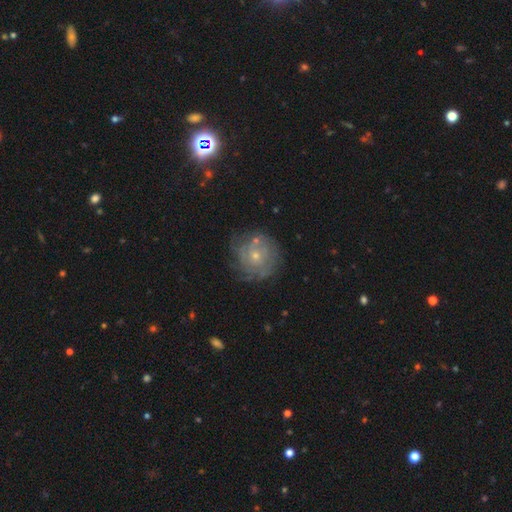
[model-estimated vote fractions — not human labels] The model was most divided on "bulge size": small: 67%, moderate: 30%, none: 2%, large: 1%, dominant: 1%. More confident: edge-on disk — no (97%); bar — no (83%); spiral arms — yes (76%); spiral winding — tight (71%); smooth or featured — featured or disk (68%); merging — none (65%); spiral arm count — can't tell (58%).